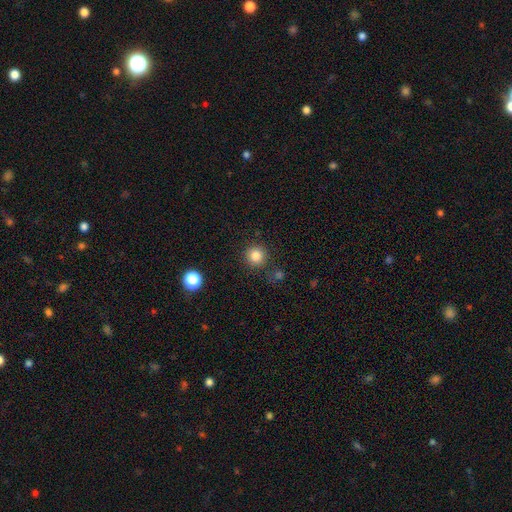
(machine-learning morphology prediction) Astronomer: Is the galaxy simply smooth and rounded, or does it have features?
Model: smooth — 84%.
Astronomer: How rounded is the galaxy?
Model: round — 94%.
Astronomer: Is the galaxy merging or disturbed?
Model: none — 86%.